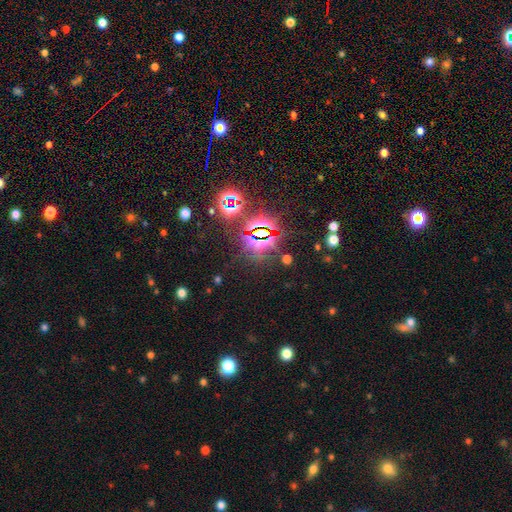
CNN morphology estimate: Q: Smooth or featured?
A: star or artifact (80%); runner-up: smooth (13%)